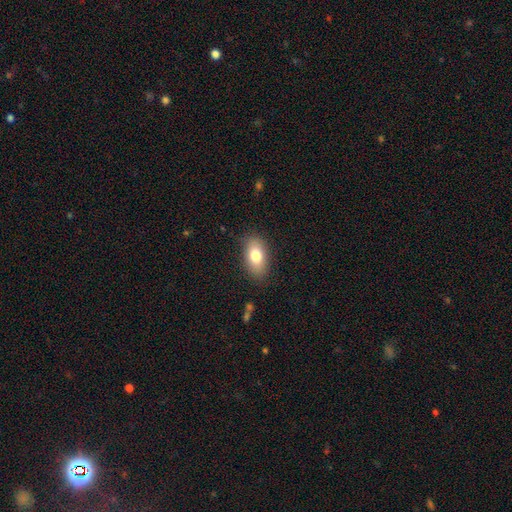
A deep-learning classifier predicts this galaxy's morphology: Q: Smooth or featured?
A: smooth (79%); runner-up: featured or disk (14%)
Q: How rounded?
A: in between (90%); runner-up: round (6%)
Q: Merging?
A: none (84%); runner-up: minor disturbance (11%)